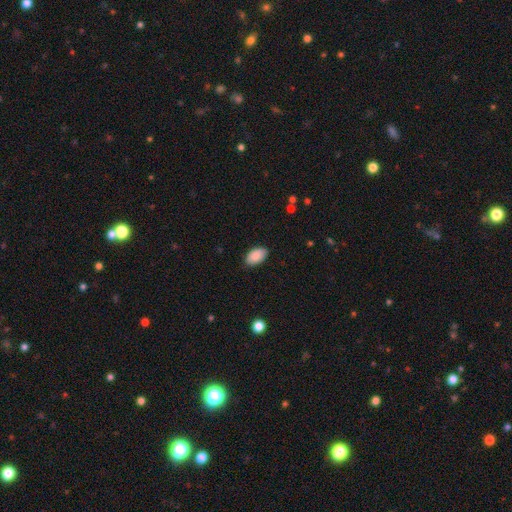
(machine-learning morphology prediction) type=smooth (89%); roundness=in between (94%); merging=none (85%).